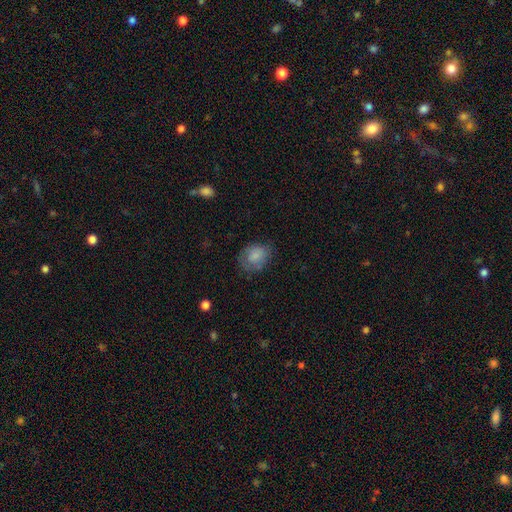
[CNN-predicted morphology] The model was most divided on "how rounded": in between: 51%, round: 48%, cigar-shaped: 1%. More confident: smooth or featured — smooth (79%); merging — none (65%).